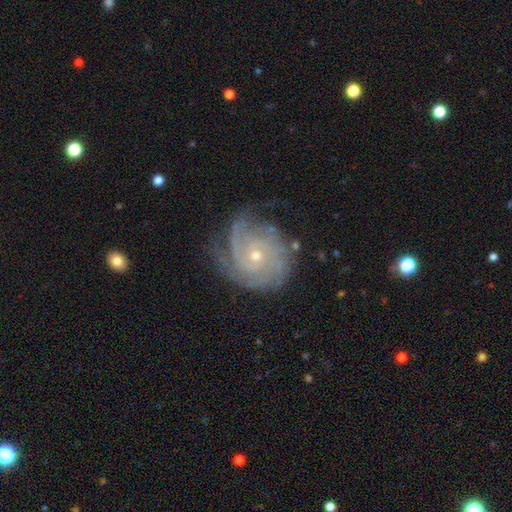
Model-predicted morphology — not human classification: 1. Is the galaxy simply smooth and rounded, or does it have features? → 88% featured or disk, 6% smooth, 6% star or artifact.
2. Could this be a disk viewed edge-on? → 97% no, 3% yes.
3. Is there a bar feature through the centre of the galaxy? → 75% no, 21% weak, 4% strong.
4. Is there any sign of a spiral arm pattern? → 97% yes, 3% no.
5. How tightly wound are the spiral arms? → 74% tight, 22% medium, 4% loose.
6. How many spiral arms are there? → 29% 3, 24% can't tell, 17% 2, 16% 4, 7% more than 4, 7% 1.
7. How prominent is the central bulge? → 57% small, 40% moderate, 1% large, 1% none, 1% dominant.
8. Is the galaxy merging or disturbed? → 69% none, 21% minor disturbance, 8% major disturbance, 2% merger.